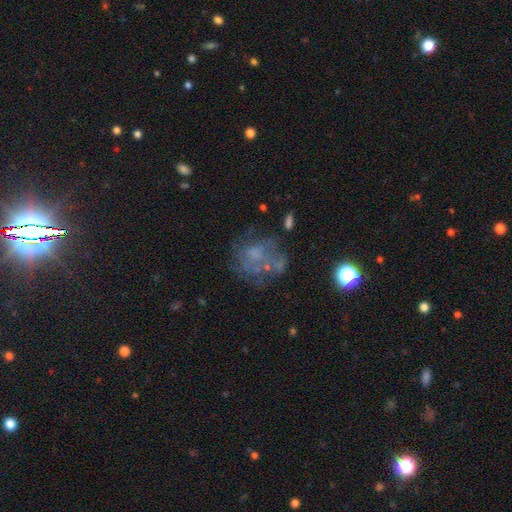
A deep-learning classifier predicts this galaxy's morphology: Q: Smooth or featured?
A: featured or disk (48%); runner-up: smooth (33%)
Q: Merging?
A: none (46%); runner-up: major disturbance (25%)